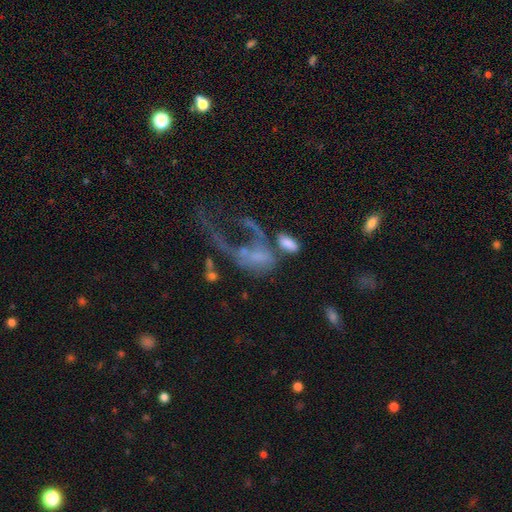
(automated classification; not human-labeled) This appears to be a featured or disk galaxy (54%) with no bar (79%), no spiral arms (68%) and no central bulge (59%). Merging: major disturbance (44%).